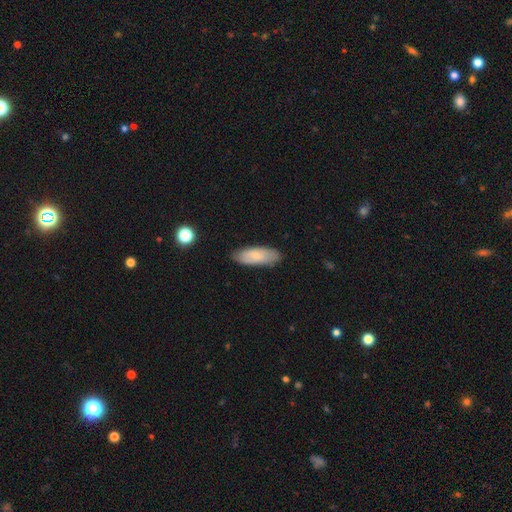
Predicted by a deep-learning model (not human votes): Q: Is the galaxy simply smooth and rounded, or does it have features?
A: smooth — 70%.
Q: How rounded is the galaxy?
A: in between — 70%.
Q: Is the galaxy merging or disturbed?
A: none — 81%.